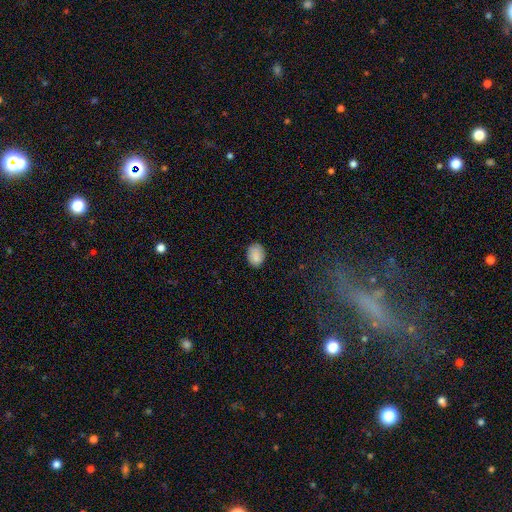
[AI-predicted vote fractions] Q: Smooth or featured?
A: smooth (87%); runner-up: star or artifact (8%)
Q: How rounded?
A: in between (66%); runner-up: round (33%)
Q: Merging?
A: none (80%); runner-up: minor disturbance (16%)